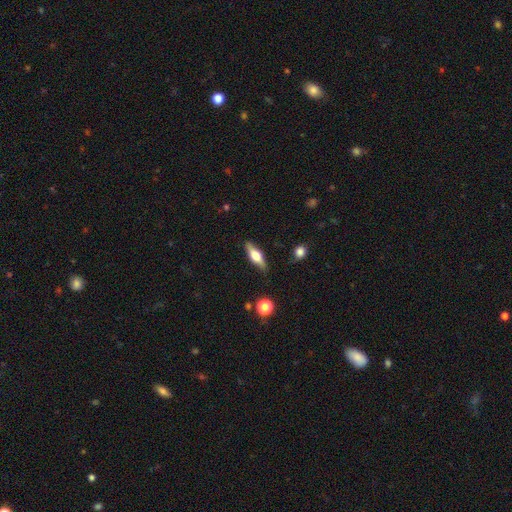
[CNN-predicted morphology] This is possibly a featured or disk galaxy (53%). It is clearly viewed edge-on (92%). Merging: clearly none (84%).